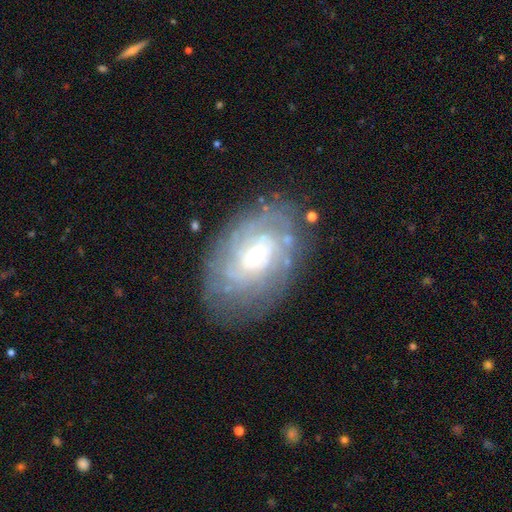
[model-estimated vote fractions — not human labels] The model was most divided on "bulge size": small: 47%, moderate: 45%, large: 5%, none: 2%, dominant: 1%. Remaining: edge-on disk — no (96%); spiral arms — yes (92%); smooth or featured — featured or disk (82%); merging — none (74%); spiral winding — tight (70%); bar — no (57%); spiral arm count — can't tell (48%).